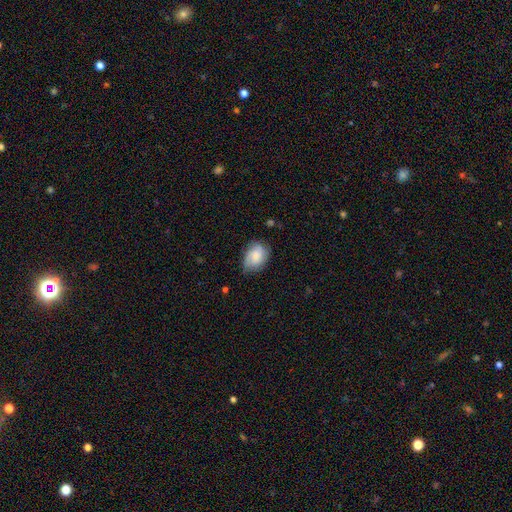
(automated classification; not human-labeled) smooth 68%, featured or disk 25%, star or artifact 7%. Down the decision tree: how rounded — in between (77%); merging — none (59%).